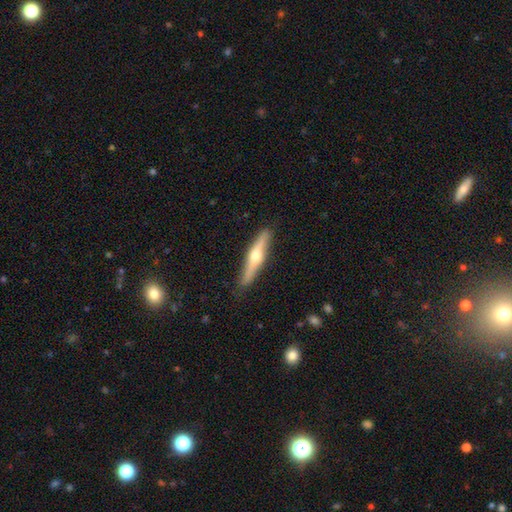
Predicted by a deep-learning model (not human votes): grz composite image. It shows a featured or disk galaxy (64%) viewed edge-on (96%) with a rounded central bulge (93%). Merging: none (89%).